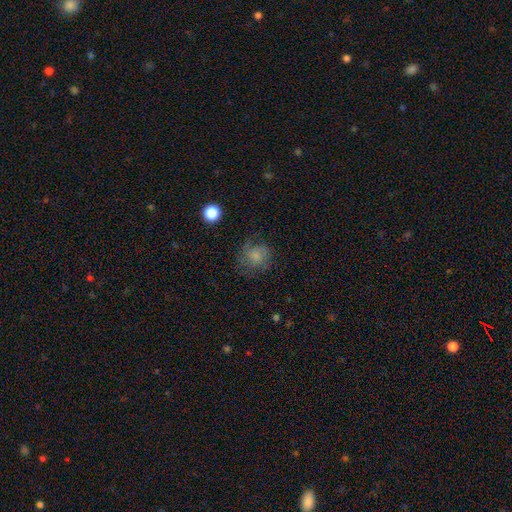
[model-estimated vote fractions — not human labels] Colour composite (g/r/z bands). It shows a smooth galaxy with no disk features (58%) that is round (81%). Merging: none (60%).